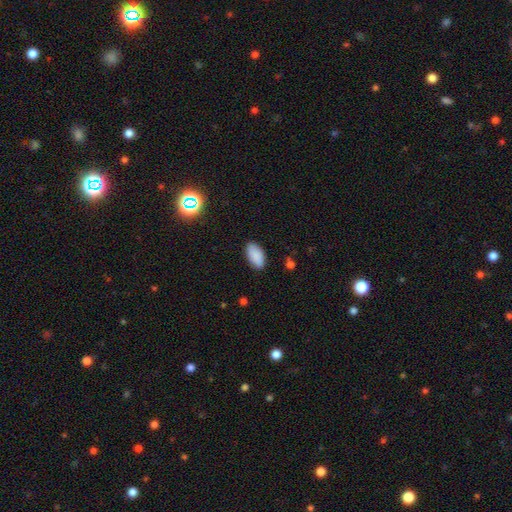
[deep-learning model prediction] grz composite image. It shows a smooth galaxy with no disk features (89%) that is in between round and cigar-shaped (94%). Merging: none (86%).